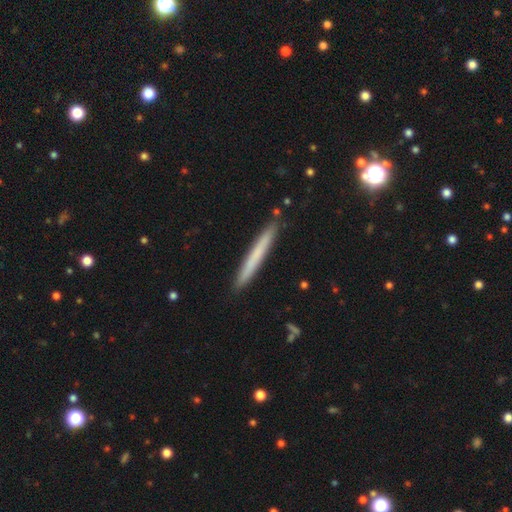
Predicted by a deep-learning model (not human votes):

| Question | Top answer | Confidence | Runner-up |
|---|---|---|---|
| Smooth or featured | smooth | 64% | featured or disk (30%) |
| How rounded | cigar-shaped | 97% | in between (2%) |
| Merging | none | 90% | minor disturbance (7%) |